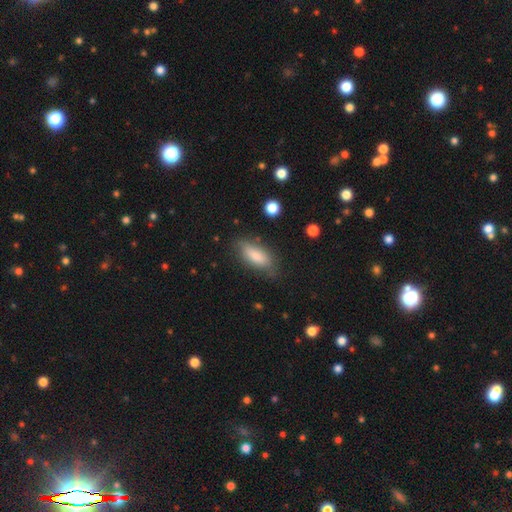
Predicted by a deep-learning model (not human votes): Q: Smooth or featured?
A: smooth (75%); runner-up: featured or disk (18%)
Q: How rounded?
A: in between (71%); runner-up: cigar-shaped (27%)
Q: Merging?
A: none (76%); runner-up: minor disturbance (18%)